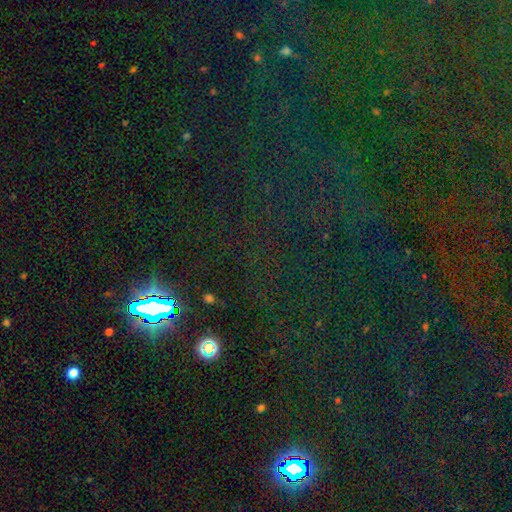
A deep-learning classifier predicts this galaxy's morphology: The model was most divided on "smooth or featured": star or artifact: 81%, smooth: 11%, featured or disk: 7%.